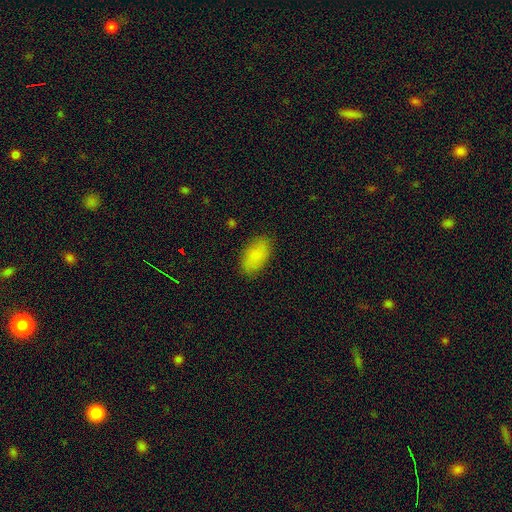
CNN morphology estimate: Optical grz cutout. It shows a smooth galaxy with no disk features (84%) that is in between round and cigar-shaped (93%). Merging: none (85%).